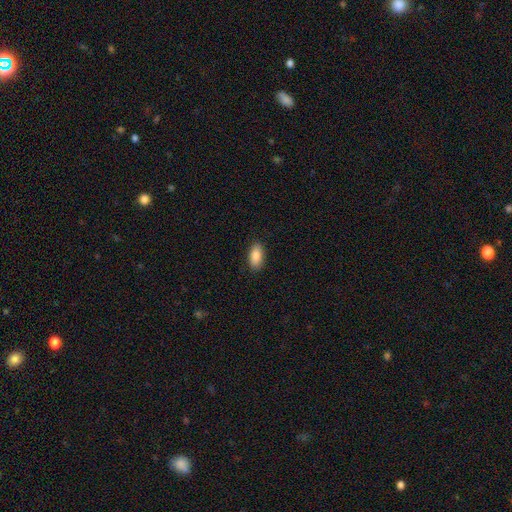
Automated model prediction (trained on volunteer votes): This appears to be a smooth galaxy with no disk features (88%) that is in between round and cigar-shaped (90%). Merging: none (88%).